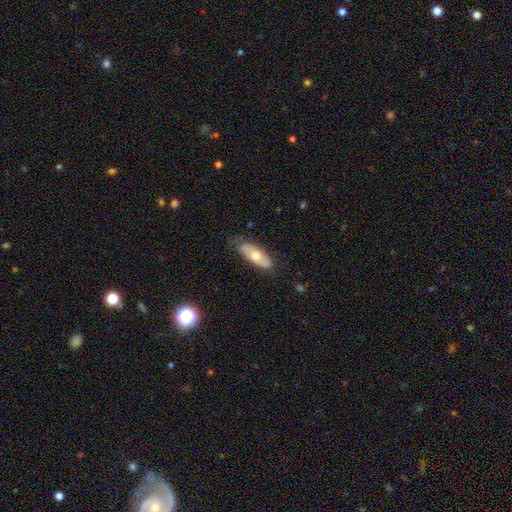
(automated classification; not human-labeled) Smooth or featured? Predicted: smooth (p=0.56). How rounded? Predicted: in between (p=0.76). Merging? Predicted: none (p=0.70).